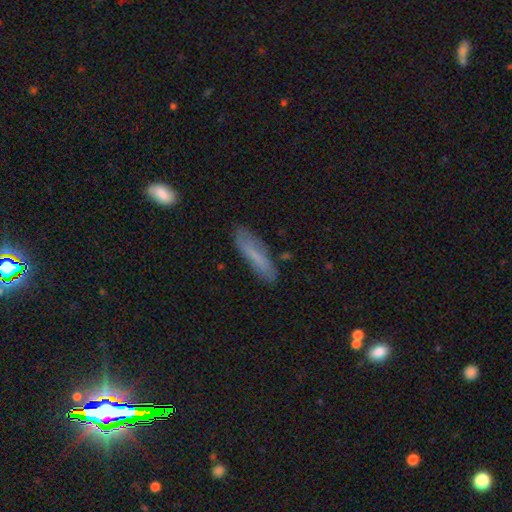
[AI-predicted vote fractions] A smooth galaxy with no disk features (67%) that is cigar-shaped (76%). Merging: none (78%).